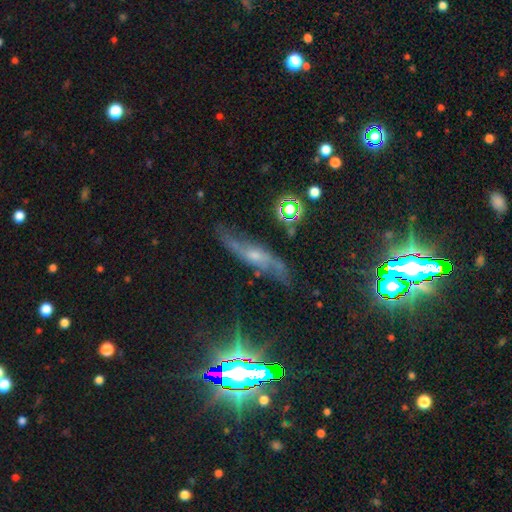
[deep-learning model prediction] Smooth or featured? Predicted: featured or disk (p=0.65). Edge-on disk? Predicted: no (p=0.59). Merging? Predicted: none (p=0.65).